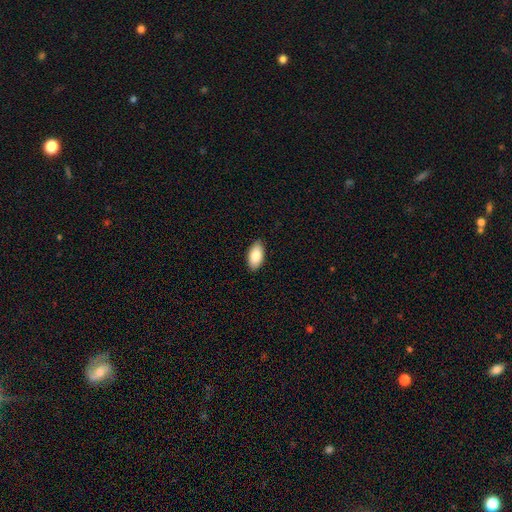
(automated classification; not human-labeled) Smooth or featured: smooth — 88% (featured or disk — 6%)
How rounded: in between — 95% (cigar-shaped — 3%)
Merging: none — 88% (minor disturbance — 9%)